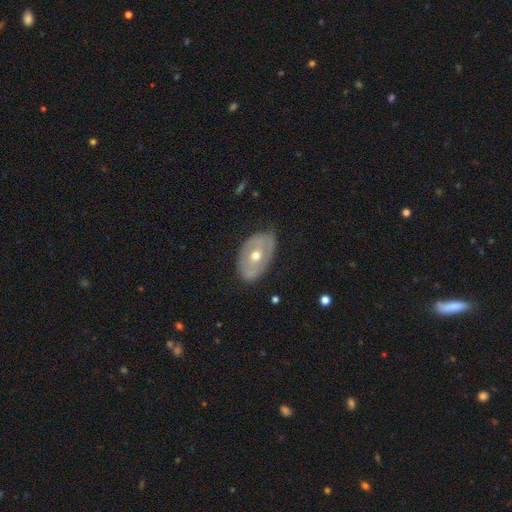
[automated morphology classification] Smooth or featured?
  - featured or disk: 60% *
  - smooth: 34%
  - star or artifact: 6%
Edge-on disk?
  - no: 91% *
  - yes: 9%
Bar?
  - no: 75% *
  - weak: 17%
  - strong: 8%
Spiral arms?
  - no: 70% *
  - yes: 30%
Bulge size?
  - moderate: 71% *
  - small: 24%
  - large: 3%
  - none: 1%
  - dominant: 1%
Merging?
  - none: 71% *
  - minor disturbance: 22%
  - major disturbance: 5%
  - merger: 1%